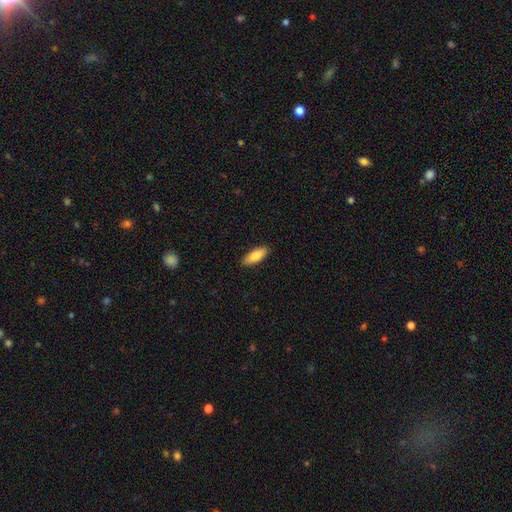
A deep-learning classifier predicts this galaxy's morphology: The model was most divided on "how rounded": in between: 74%, cigar-shaped: 24%, round: 2%. More confident: merging — none (89%); smooth or featured — smooth (85%).